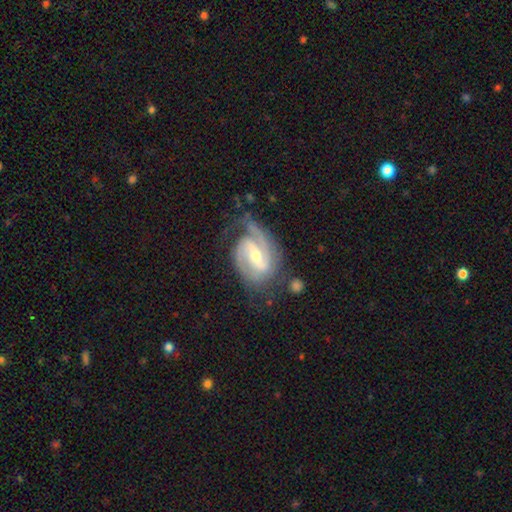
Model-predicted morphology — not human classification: Smooth or featured? featured or disk (90%)
Edge-on disk? no (97%)
Bar? strong (50%)
Spiral arms? yes (97%)
Spiral winding? medium (49%)
Spiral arm count? 2 (80%)
Bulge size? moderate (51%)
Merging? none (63%)